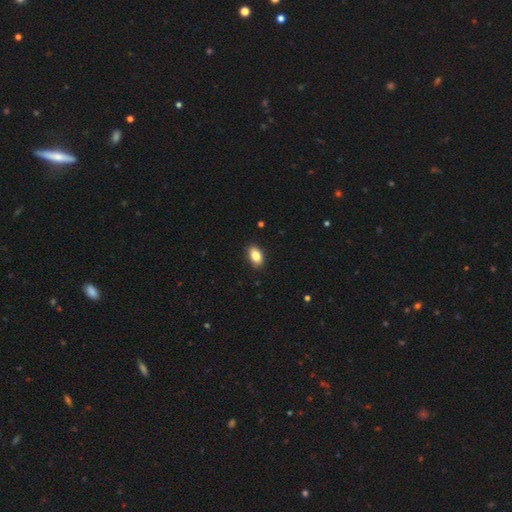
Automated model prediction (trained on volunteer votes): A smooth galaxy with no disk features (84%) that is in between round and cigar-shaped (90%).

Vote fractions:
- Smooth or featured? smooth: 84% / featured or disk: 9% / star or artifact: 8%
- How rounded? in between: 90% / round: 7% / cigar-shaped: 2%
- Merging? none: 88% / minor disturbance: 9% / major disturbance: 2% / merger: 1%